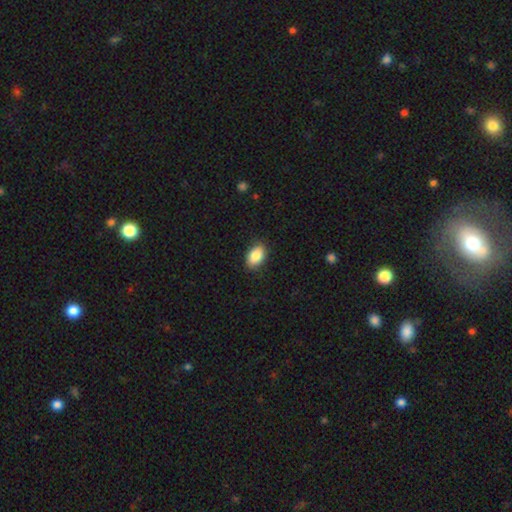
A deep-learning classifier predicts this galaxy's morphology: Smooth or featured?
  - smooth: 87% *
  - star or artifact: 7%
  - featured or disk: 6%
How rounded?
  - in between: 89% *
  - round: 9%
  - cigar-shaped: 1%
Merging?
  - none: 86% *
  - minor disturbance: 10%
  - major disturbance: 2%
  - merger: 1%